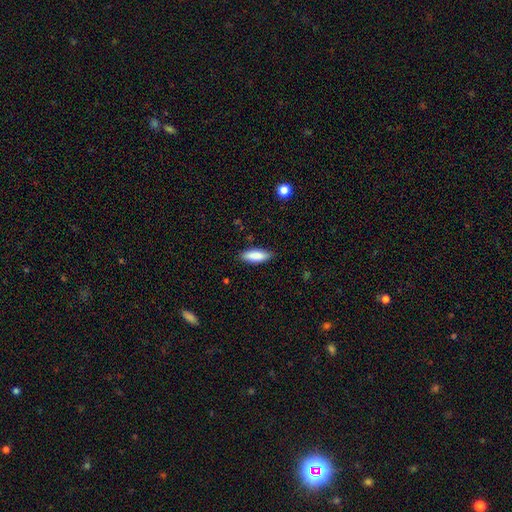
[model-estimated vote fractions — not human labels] Smooth or featured: smooth — 87% (featured or disk — 7%)
How rounded: in between — 66% (cigar-shaped — 32%)
Merging: none — 85% (minor disturbance — 12%)